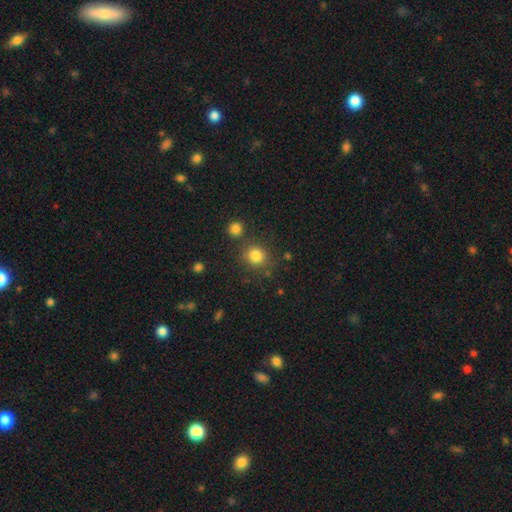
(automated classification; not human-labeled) Smooth or featured? Predicted: smooth (p=0.82). How rounded? Predicted: round (p=0.87). Merging? Predicted: none (p=0.78).